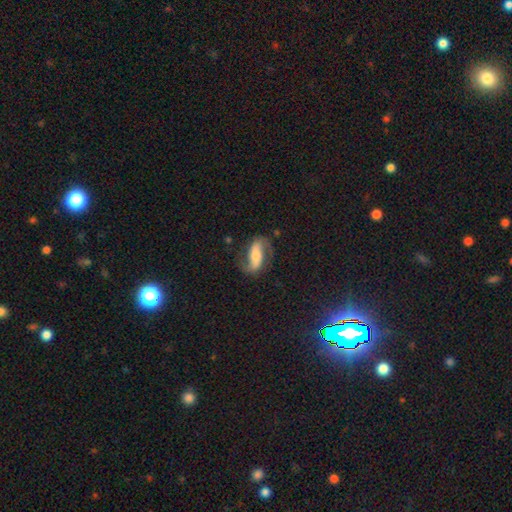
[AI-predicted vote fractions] Morphology: type=featured or disk (77%); edge-on=no (94%); bar=strong (42%); spiral arms=yes (94%); winding=loose (47%); arm count=2 (91%); bulge=moderate (45%); merging=none (74%).